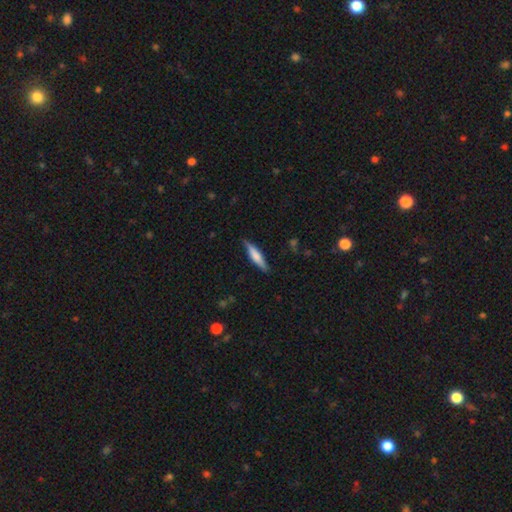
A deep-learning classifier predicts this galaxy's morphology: This appears to be a smooth galaxy with no disk features (57%) that is cigar-shaped (83%). Merging: none (84%).